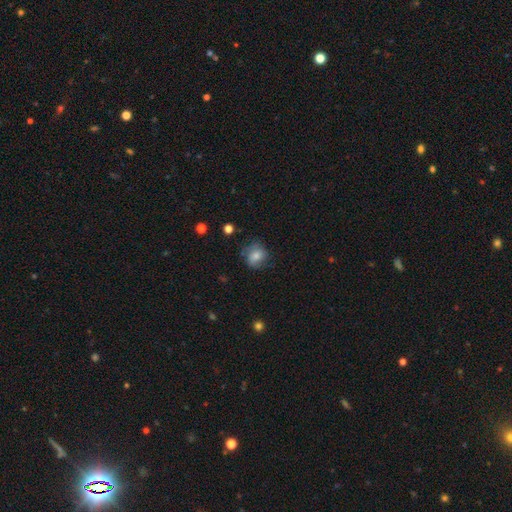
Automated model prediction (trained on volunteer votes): smooth_or_featured: smooth (p=0.71) [alt: featured or disk p=0.20]
how_rounded: round (p=0.70) [alt: in between p=0.29]
merging: none (p=0.66) [alt: minor disturbance p=0.24]